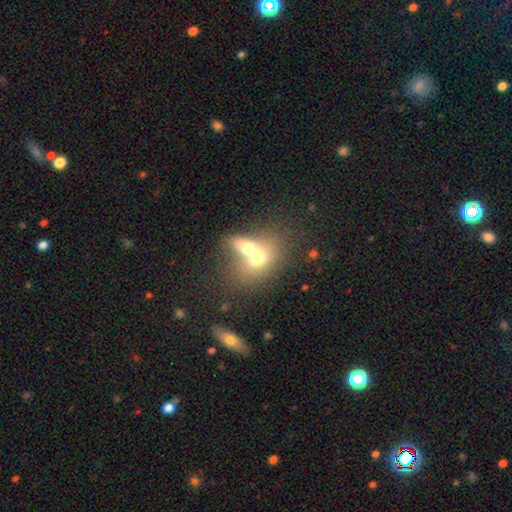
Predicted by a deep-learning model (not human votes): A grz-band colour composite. It shows a smooth galaxy with no disk features (62%) that is in between round and cigar-shaped (64%). Merging: merger (71%).